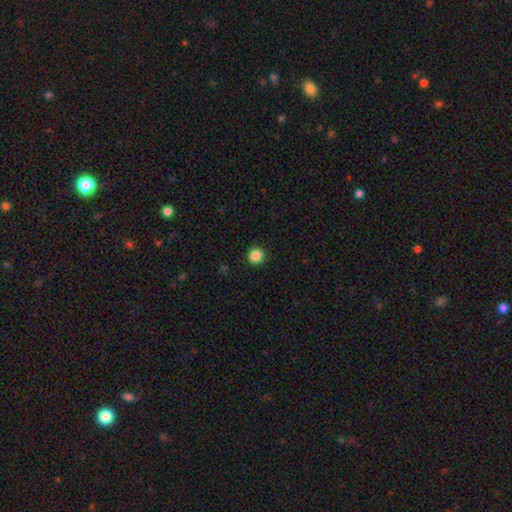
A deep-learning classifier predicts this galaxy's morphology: type=smooth (86%); roundness=round (94%); merging=none (92%).